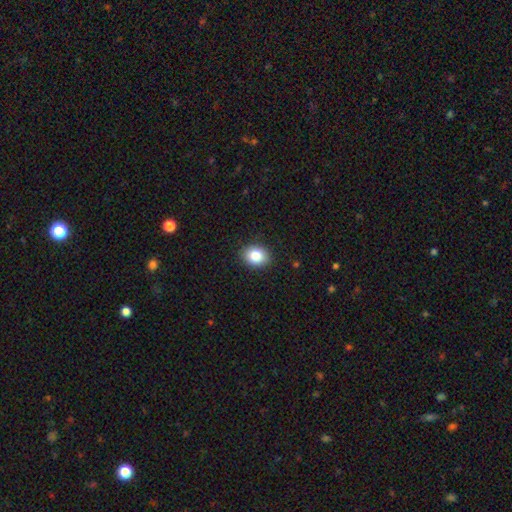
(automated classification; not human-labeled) Smooth or featured?
  - smooth: 84% *
  - star or artifact: 9%
  - featured or disk: 7%
How rounded?
  - round: 53% *
  - in between: 46%
  - cigar-shaped: 1%
Merging?
  - none: 90% *
  - minor disturbance: 7%
  - major disturbance: 2%
  - merger: 1%